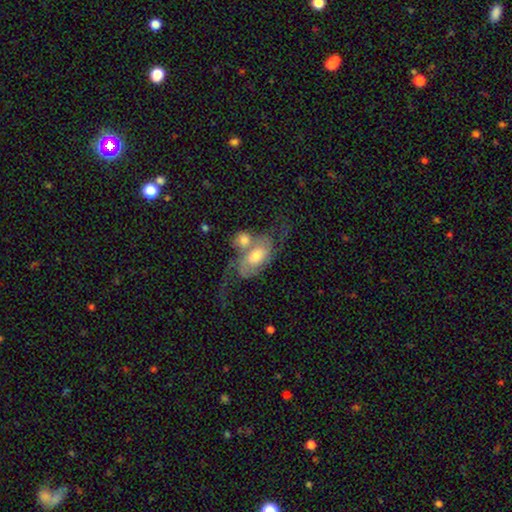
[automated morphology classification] This is likely a featured or disk galaxy (67%). It is clearly not viewed edge-on (95%). Bar: likely no (60%). Spiral arm pattern: clearly yes (88%). Spiral arm count: clearly 2 (80%). Spiral winding: possibly loose (49%). Central bulge: possibly moderate (60%). Merging: possibly merger (46%).